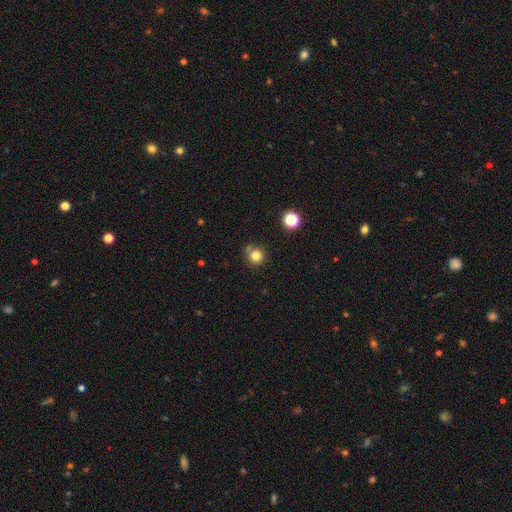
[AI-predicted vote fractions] The model was most divided on "merging": none: 76%, minor disturbance: 13%, merger: 8%, major disturbance: 4%. More confident: how rounded — round (93%); smooth or featured — smooth (80%).